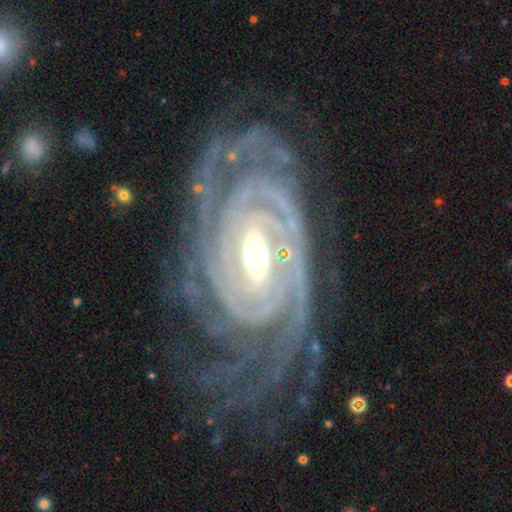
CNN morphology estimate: Smooth or featured? featured or disk (93%)
Edge-on disk? no (96%)
Bar? strong (39%)
Spiral arms? yes (98%)
Spiral winding? tight (80%)
Spiral arm count? 2 (25%)
Bulge size? moderate (66%)
Merging? none (71%)